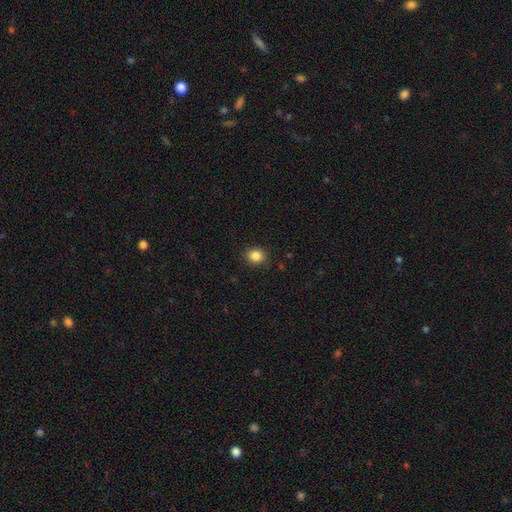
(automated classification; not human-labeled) Q: Smooth or featured?
A: smooth (86%); runner-up: star or artifact (10%)
Q: How rounded?
A: round (73%); runner-up: in between (27%)
Q: Merging?
A: none (89%); runner-up: minor disturbance (7%)